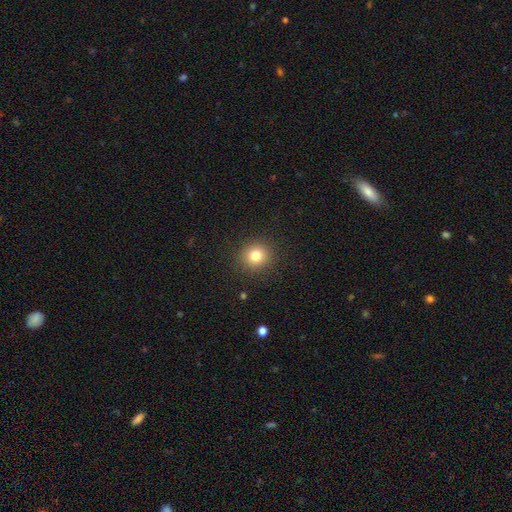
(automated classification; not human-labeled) smooth-or-featured: smooth: 81% | star or artifact: 12% | featured or disk: 7%
  how-rounded: round: 90% | in between: 9% | cigar-shaped: 1%
  merging: none: 90% | minor disturbance: 6% | major disturbance: 2% | merger: 1%